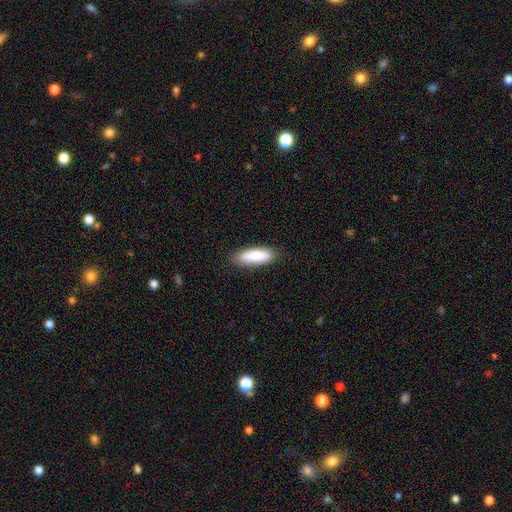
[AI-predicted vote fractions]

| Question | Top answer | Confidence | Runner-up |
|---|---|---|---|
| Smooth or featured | smooth | 83% | featured or disk (11%) |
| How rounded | in between | 58% | cigar-shaped (41%) |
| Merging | none | 85% | minor disturbance (12%) |